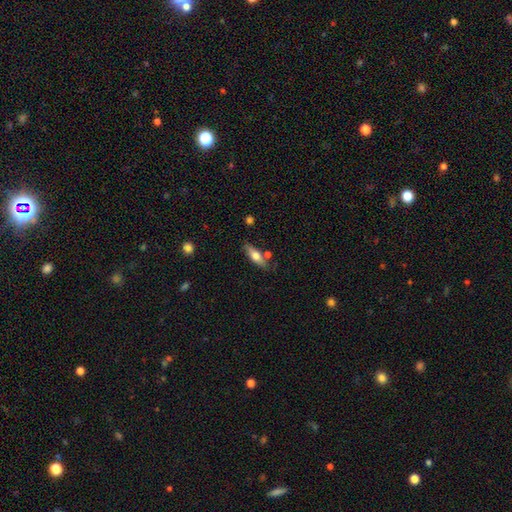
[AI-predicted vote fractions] Q: Smooth or featured?
A: smooth (60%); runner-up: featured or disk (33%)
Q: How rounded?
A: in between (50%); runner-up: cigar-shaped (47%)
Q: Merging?
A: none (73%); runner-up: minor disturbance (15%)